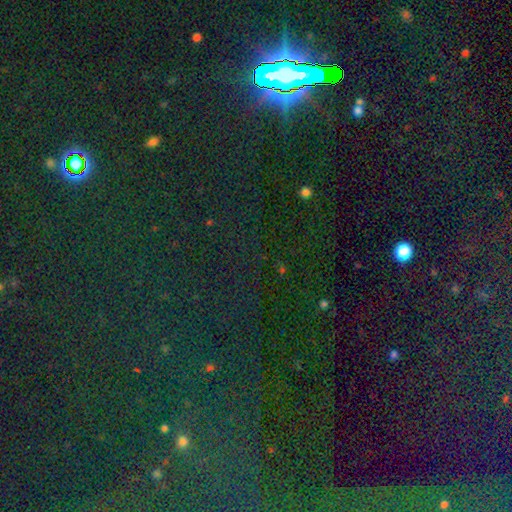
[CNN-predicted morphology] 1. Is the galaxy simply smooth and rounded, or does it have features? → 82% star or artifact, 11% smooth, 7% featured or disk.